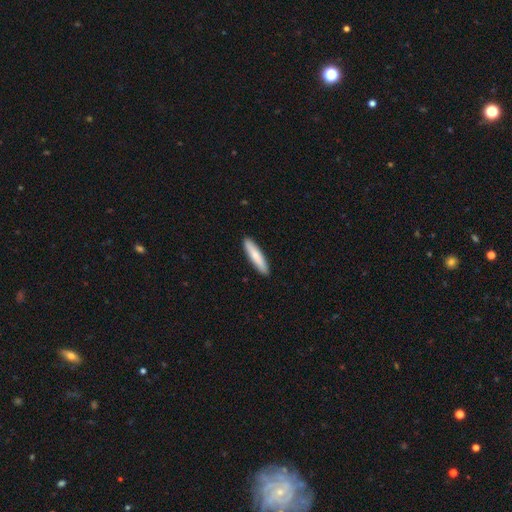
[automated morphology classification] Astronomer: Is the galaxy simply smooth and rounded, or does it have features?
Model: smooth — 75%.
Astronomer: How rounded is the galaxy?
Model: cigar-shaped — 86%.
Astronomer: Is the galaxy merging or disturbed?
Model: none — 92%.